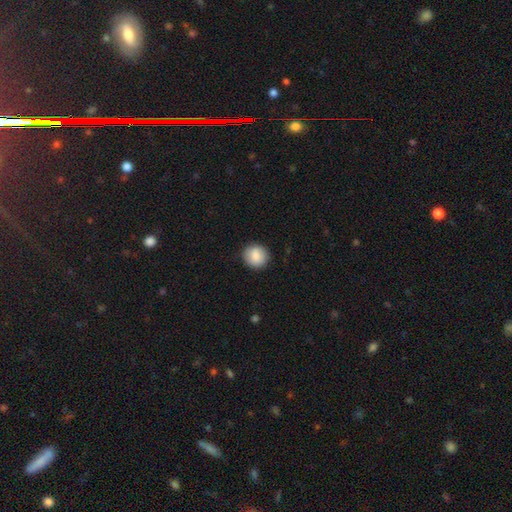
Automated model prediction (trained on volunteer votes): Smooth or featured? smooth (86%)
How rounded? round (90%)
Merging? none (89%)